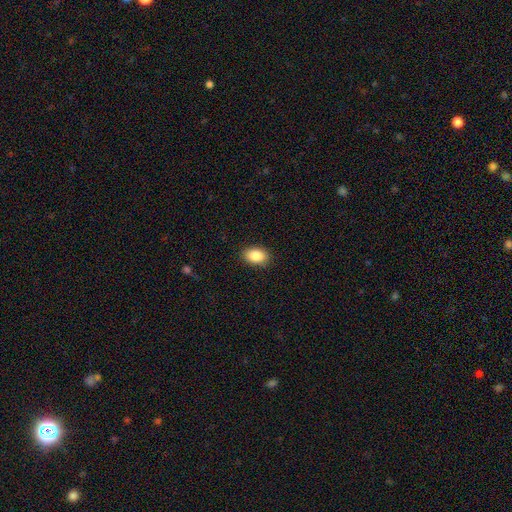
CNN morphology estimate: Overall: smooth (87%). How rounded: in between (87%). Merging: none (89%).